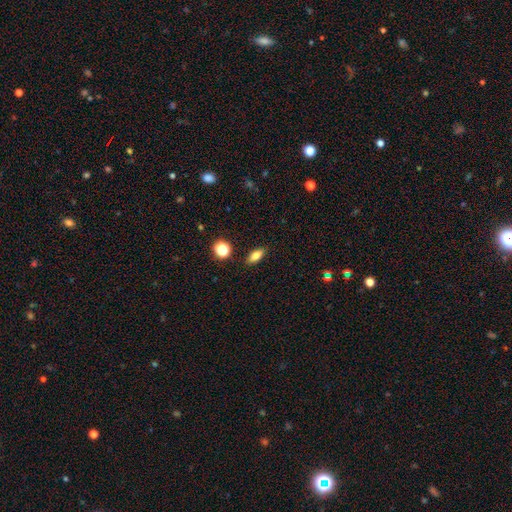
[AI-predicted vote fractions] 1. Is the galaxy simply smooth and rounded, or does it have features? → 78% smooth, 11% featured or disk, 11% star or artifact.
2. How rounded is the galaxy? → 78% in between, 15% cigar-shaped, 7% round.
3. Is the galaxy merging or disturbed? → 87% none, 8% minor disturbance, 2% major disturbance, 2% merger.